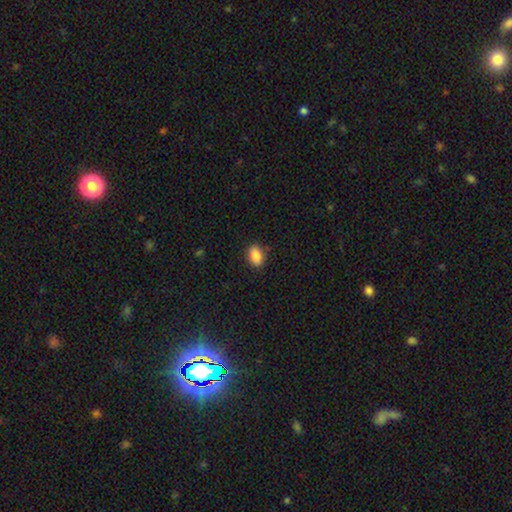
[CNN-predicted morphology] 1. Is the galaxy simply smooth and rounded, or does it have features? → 88% smooth, 8% star or artifact, 4% featured or disk.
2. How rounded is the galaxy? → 80% in between, 18% round, 1% cigar-shaped.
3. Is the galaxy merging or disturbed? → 85% none, 11% minor disturbance, 2% major disturbance, 1% merger.